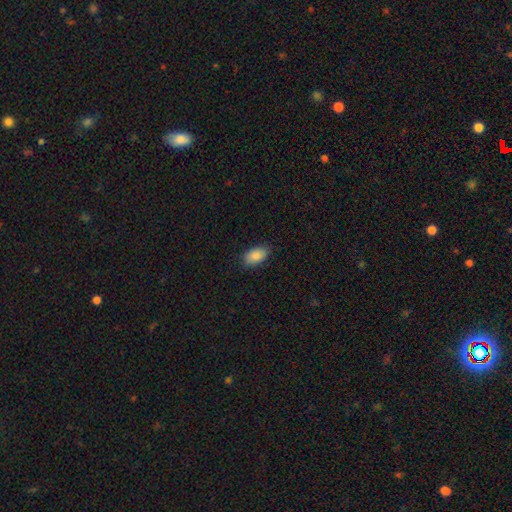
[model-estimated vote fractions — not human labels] Smooth or featured?
  - smooth: 88% *
  - star or artifact: 7%
  - featured or disk: 5%
How rounded?
  - in between: 93% *
  - round: 5%
  - cigar-shaped: 2%
Merging?
  - none: 85% *
  - minor disturbance: 12%
  - major disturbance: 3%
  - merger: 1%